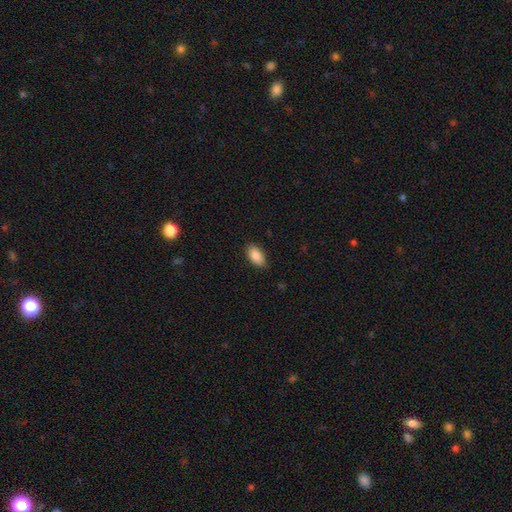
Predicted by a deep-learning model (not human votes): smooth_or_featured: smooth (p=0.89) [alt: star or artifact p=0.07]
how_rounded: in between (p=0.94) [alt: round p=0.03]
merging: none (p=0.86) [alt: minor disturbance p=0.11]